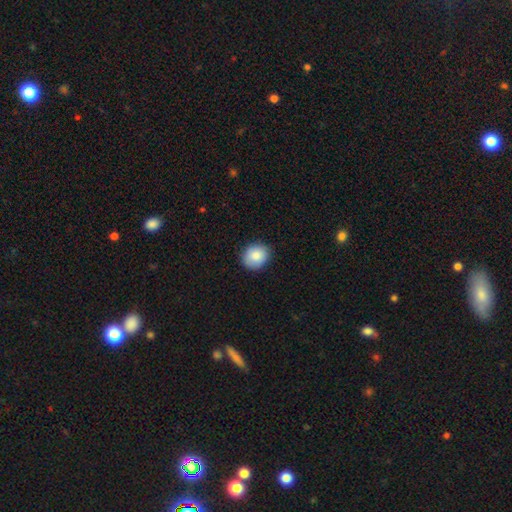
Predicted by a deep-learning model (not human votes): Q: Smooth or featured?
A: smooth (86%); runner-up: star or artifact (8%)
Q: How rounded?
A: round (73%); runner-up: in between (26%)
Q: Merging?
A: none (87%); runner-up: minor disturbance (10%)